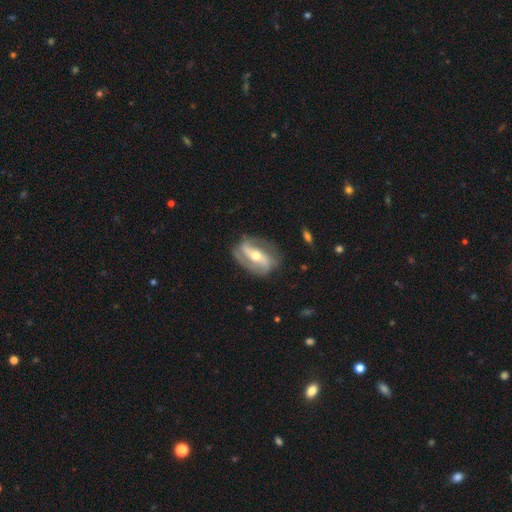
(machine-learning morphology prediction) featured or disk 83%, smooth 12%, star or artifact 5%. Down the decision tree: edge-on disk — no (94%); bar — strong (50%); spiral arms — yes (90%); spiral arm count — 2 (85%); spiral winding — medium (41%); bulge size — moderate (65%); merging — none (73%).